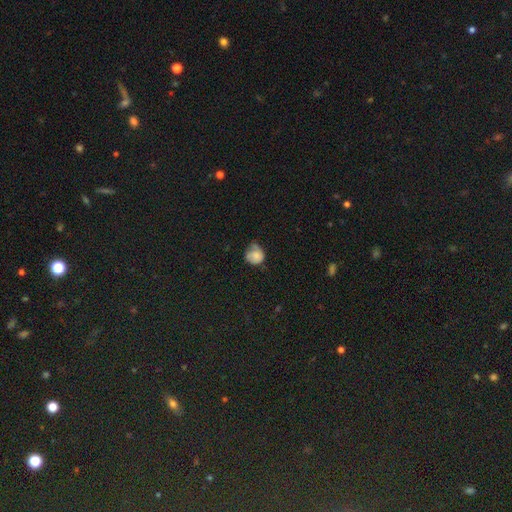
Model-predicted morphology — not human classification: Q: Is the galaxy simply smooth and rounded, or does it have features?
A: smooth — 71%.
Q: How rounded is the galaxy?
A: round — 75%.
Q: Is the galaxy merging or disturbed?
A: minor disturbance — 41%.